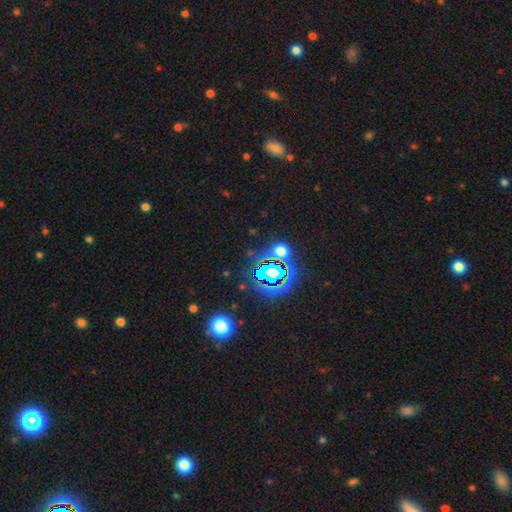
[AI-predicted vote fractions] This appears to be a star or artifact, not a galaxy (80%).